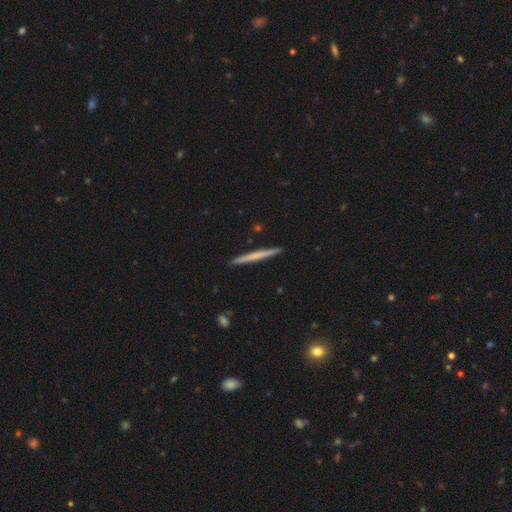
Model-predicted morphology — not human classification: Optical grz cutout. It shows a smooth galaxy with no disk features (50%) that is cigar-shaped (97%). Merging: none (92%).